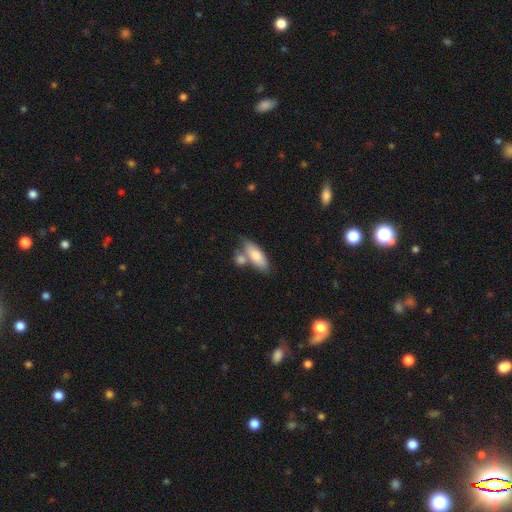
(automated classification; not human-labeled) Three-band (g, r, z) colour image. It shows a smooth galaxy with no disk features (79%) that is in between round and cigar-shaped (75%). Merging: none (51%).